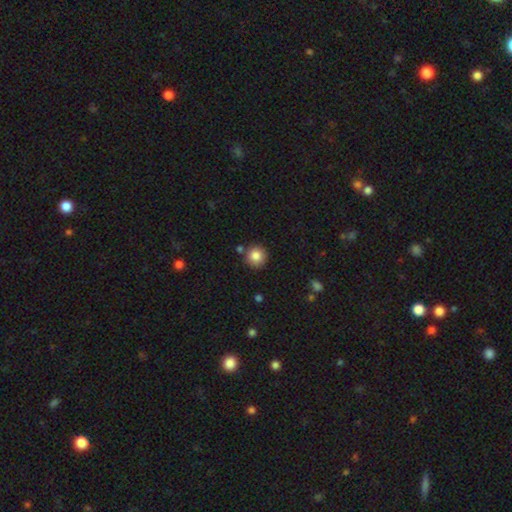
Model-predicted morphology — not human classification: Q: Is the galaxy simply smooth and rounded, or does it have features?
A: smooth — 84%.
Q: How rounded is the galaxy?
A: round — 94%.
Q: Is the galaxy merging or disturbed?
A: none — 85%.